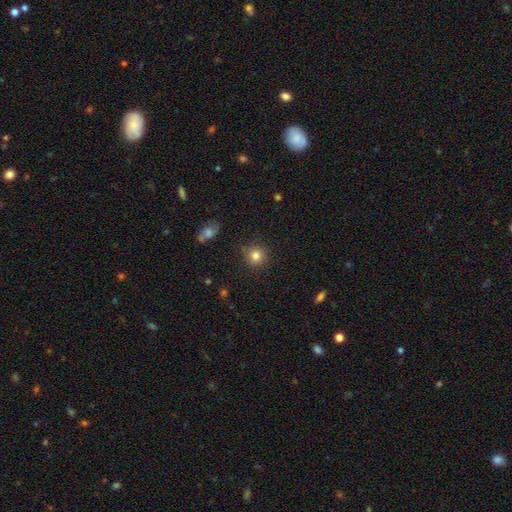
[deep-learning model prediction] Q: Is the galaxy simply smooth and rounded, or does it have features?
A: smooth — 82%.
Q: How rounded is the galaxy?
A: round — 92%.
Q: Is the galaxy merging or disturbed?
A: none — 88%.